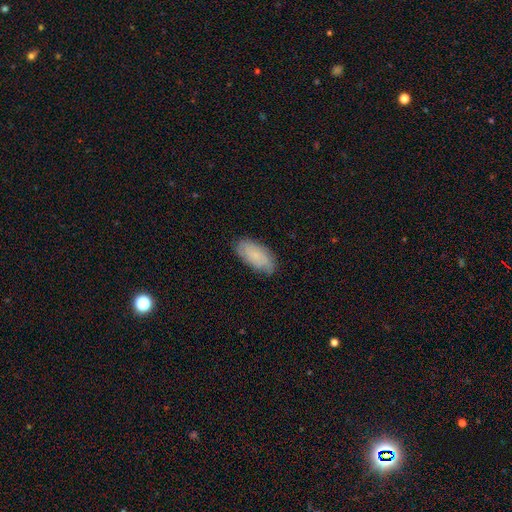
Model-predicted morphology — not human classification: This appears to be a smooth galaxy with no disk features (68%) that is in between round and cigar-shaped (91%). Merging: none (78%).